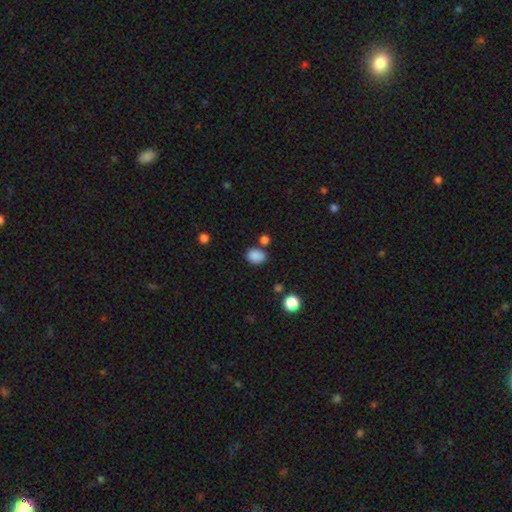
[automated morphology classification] Overall: smooth (86%). How rounded: in between (60%; round 39%). Merging: none (73%).